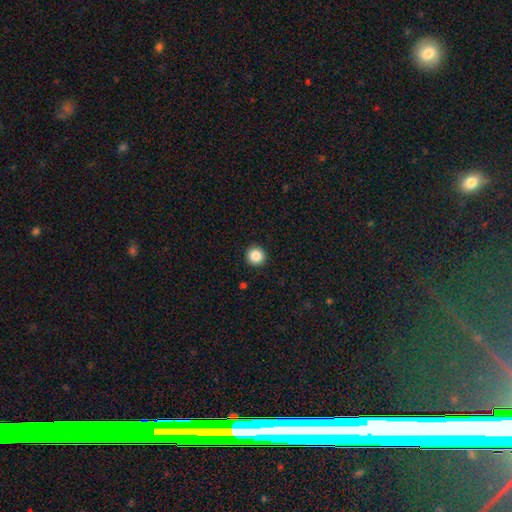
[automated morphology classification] Q: Smooth or featured?
A: smooth (86%); runner-up: star or artifact (10%)
Q: How rounded?
A: round (96%); runner-up: in between (3%)
Q: Merging?
A: none (93%); runner-up: minor disturbance (4%)